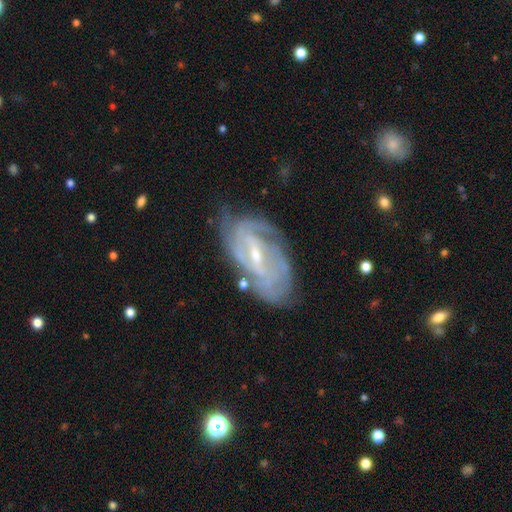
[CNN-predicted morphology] A featured or disk galaxy (83%) with a weak bar (45%), tight (59%) spiral arms (90%) and a small central bulge (62%).

Vote fractions:
- Smooth or featured? featured or disk: 83% / smooth: 10% / star or artifact: 7%
- Edge-on disk? no: 93% / yes: 7%
- Bar? weak: 45% / strong: 39% / no: 16%
- Spiral arms? yes: 90% / no: 10%
- Spiral winding? tight: 59% / medium: 31% / loose: 10%
- Spiral arm count? can't tell: 40% / 2: 28% / 3: 15% / 4: 8% / 1: 5% / more than 4: 4%
- Bulge size? small: 62% / moderate: 33% / none: 3% / large: 1% / dominant: 1%
- Merging? none: 63% / minor disturbance: 24% / major disturbance: 11% / merger: 3%